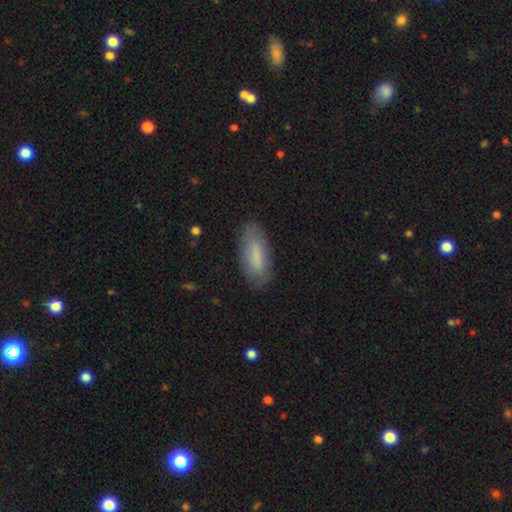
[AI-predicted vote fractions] Overall: smooth (77%). How rounded: in between (74%). Merging: none (79%).